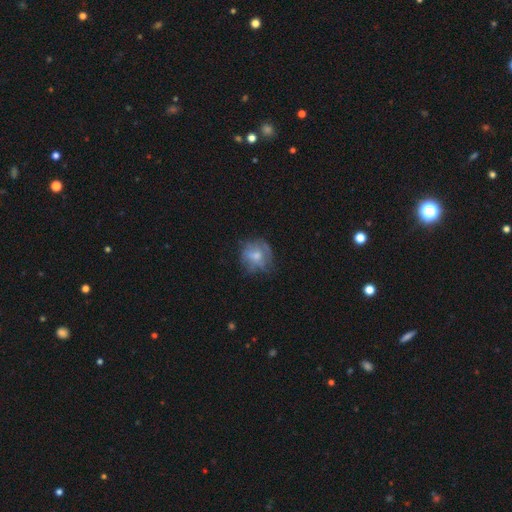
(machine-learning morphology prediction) A smooth galaxy with no disk features (54%) that is round (77%). Merging: none (56%).